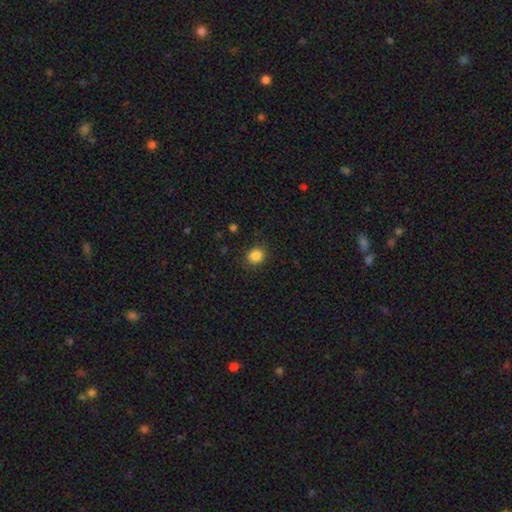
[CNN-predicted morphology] Overall: smooth (85%). How rounded: round (76%). Merging: none (89%).